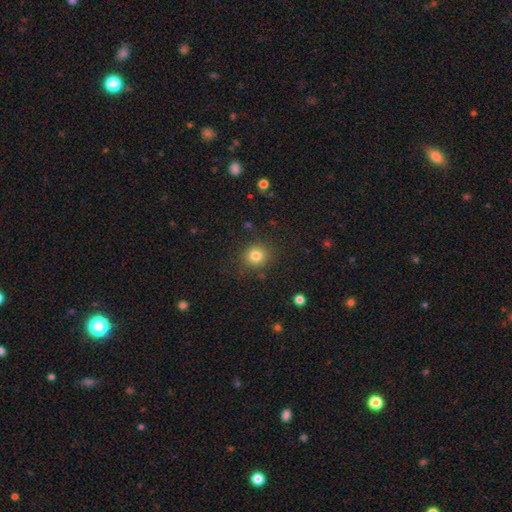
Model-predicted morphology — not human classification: type=smooth (82%); roundness=round (84%); merging=none (85%).